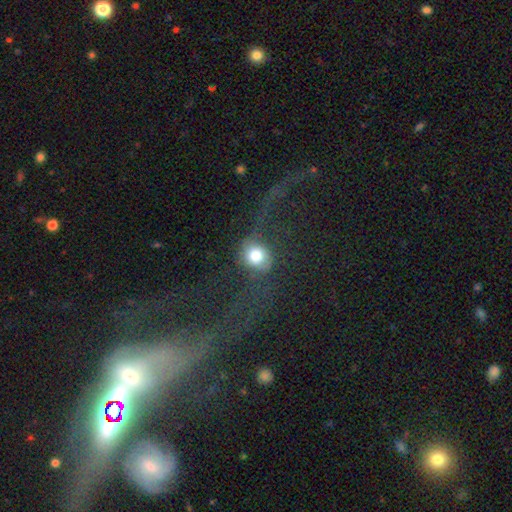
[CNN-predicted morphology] A smooth galaxy with no disk features (68%) that is round (79%). Merging: none (49%).